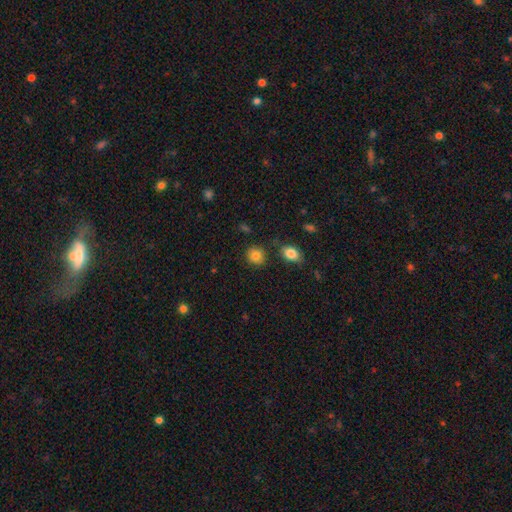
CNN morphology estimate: A smooth galaxy with no disk features (84%) that is round (80%). Merging: none (83%).